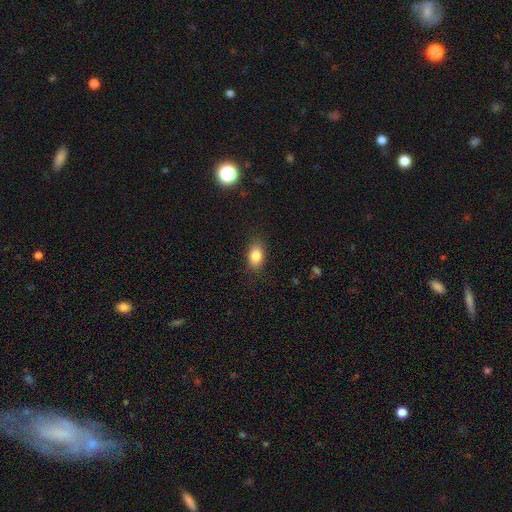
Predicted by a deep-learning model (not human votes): smooth 83%, star or artifact 9%, featured or disk 8%. Down the decision tree: how rounded — in between (84%); merging — none (85%).